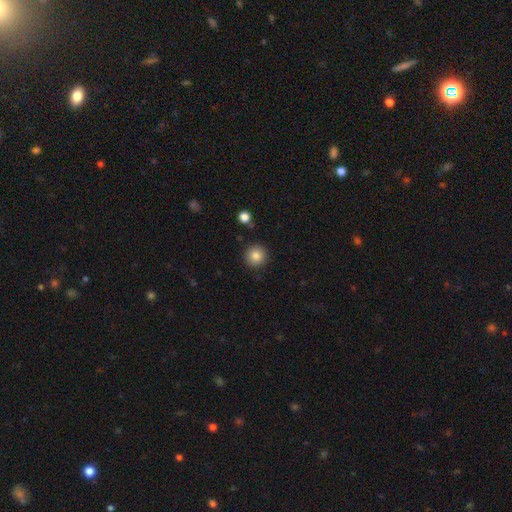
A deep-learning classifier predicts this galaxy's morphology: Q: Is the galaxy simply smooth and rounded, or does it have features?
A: smooth — 85%.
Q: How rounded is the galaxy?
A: round — 95%.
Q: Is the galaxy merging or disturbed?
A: none — 90%.